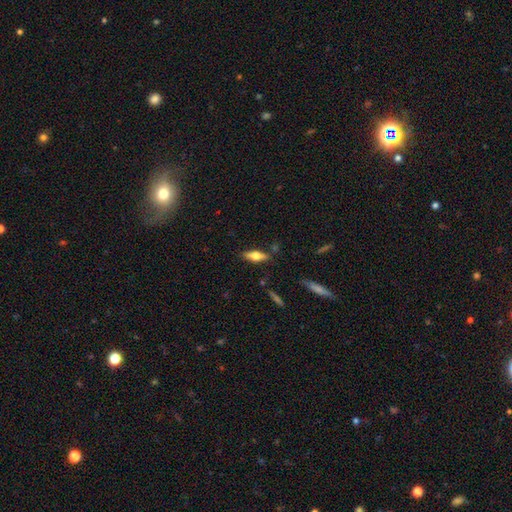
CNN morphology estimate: Smooth or featured: featured or disk — 47% (smooth — 46%)
Merging: none — 81% (minor disturbance — 12%)